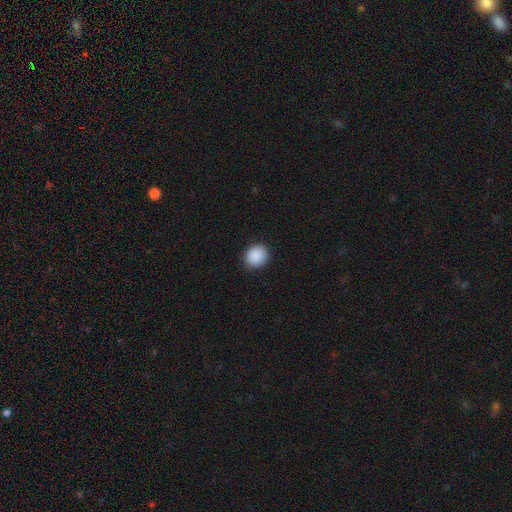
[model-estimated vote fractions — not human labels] This appears to be a smooth galaxy with no disk features (90%) that is round (74%). Merging: none (90%).